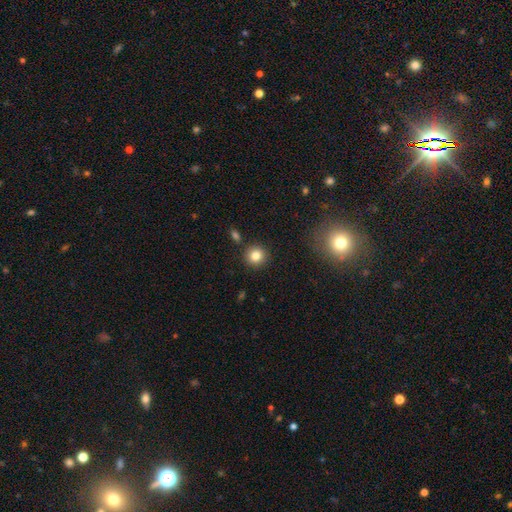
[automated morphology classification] Smooth or featured? smooth (83%)
How rounded? round (91%)
Merging? none (87%)